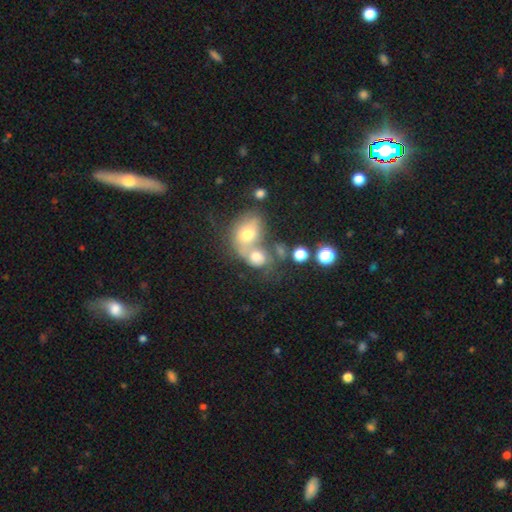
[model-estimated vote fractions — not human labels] Smooth or featured?
  - smooth: 57% *
  - featured or disk: 28%
  - star or artifact: 15%
How rounded?
  - round: 51% *
  - in between: 48%
  - cigar-shaped: 2%
Merging?
  - merger: 65% *
  - none: 20%
  - minor disturbance: 8%
  - major disturbance: 7%